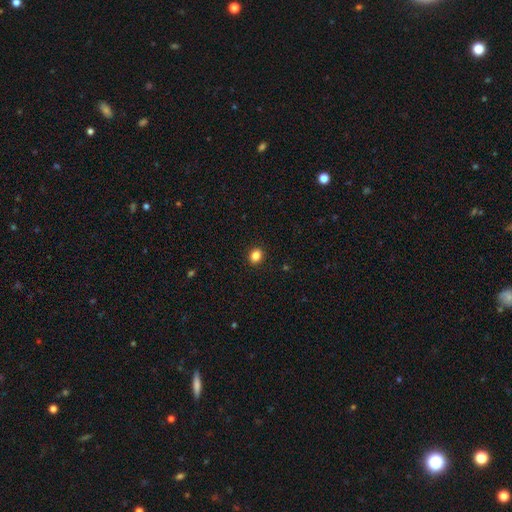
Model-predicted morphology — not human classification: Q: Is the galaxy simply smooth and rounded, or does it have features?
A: smooth — 85%.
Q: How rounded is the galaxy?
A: round — 65%.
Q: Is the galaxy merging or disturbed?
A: none — 92%.